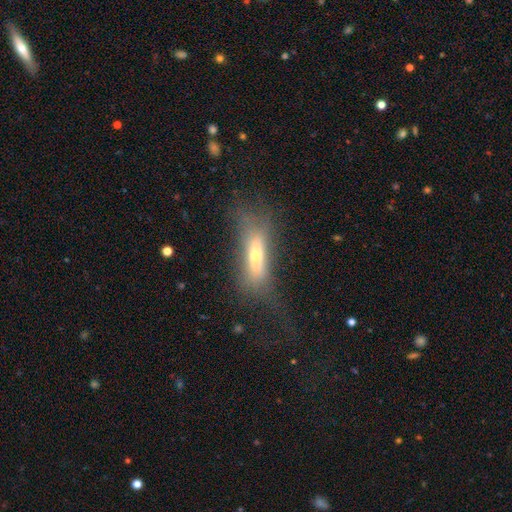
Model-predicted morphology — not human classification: Overall: smooth (53%; featured or disk 36%). How rounded: cigar-shaped (51%; in between 45%). Merging: none (45%; major disturbance 30%).